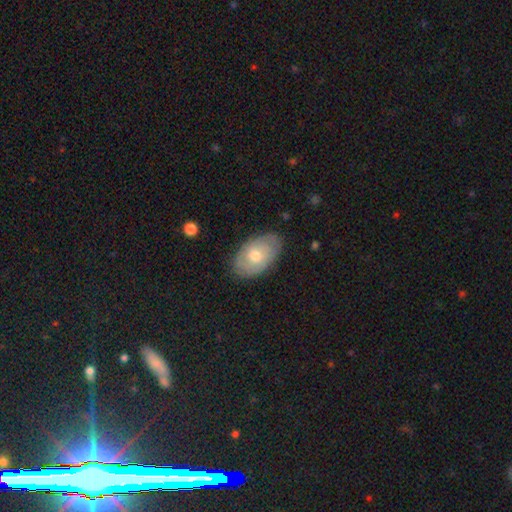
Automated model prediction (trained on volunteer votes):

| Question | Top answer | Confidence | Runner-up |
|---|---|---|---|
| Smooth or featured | featured or disk | 50% | smooth (44%) |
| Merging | none | 80% | minor disturbance (15%) |